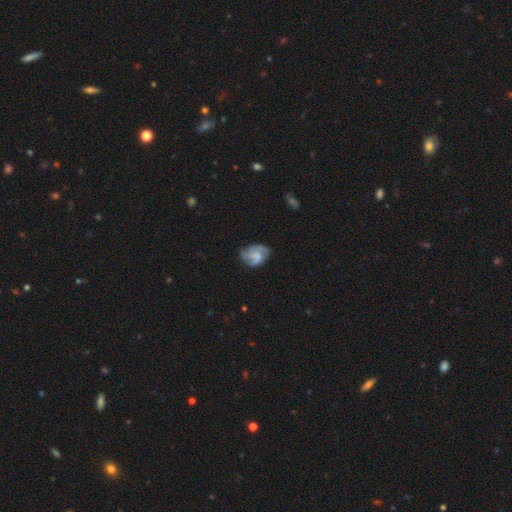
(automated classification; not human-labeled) A featured or disk galaxy (66%) with no bar (56%), 3 (39%) medium (46%) spiral arms (90%) and no central bulge (45%). Merging: none (65%).